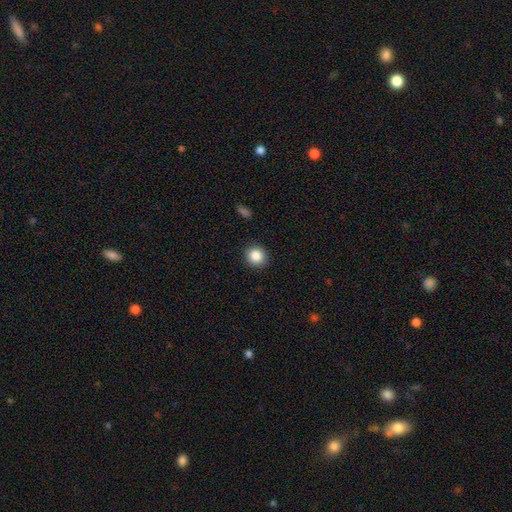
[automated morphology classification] This is clearly a smooth galaxy (87%). How rounded: clearly round (88%). Merging: clearly none (91%).